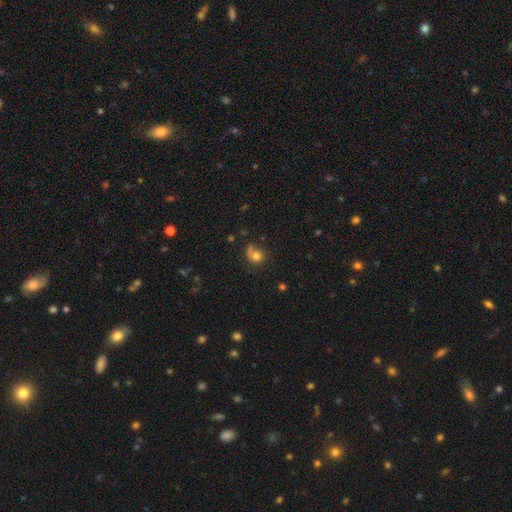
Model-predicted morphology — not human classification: Smooth or featured?
  - smooth: 69% *
  - featured or disk: 18%
  - star or artifact: 12%
How rounded?
  - round: 75% *
  - in between: 24%
  - cigar-shaped: 1%
Merging?
  - none: 49% *
  - minor disturbance: 22%
  - major disturbance: 20%
  - merger: 9%